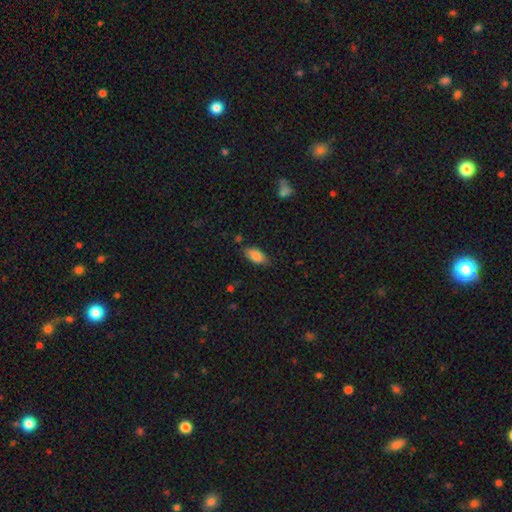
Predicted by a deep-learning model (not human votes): Overall: smooth (85%). How rounded: in between (88%). Merging: none (77%).